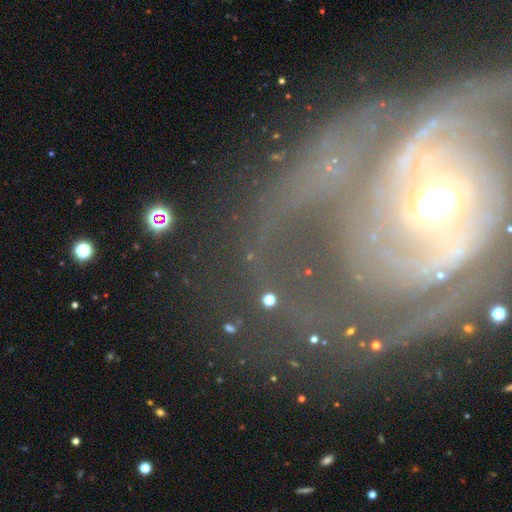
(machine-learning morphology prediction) Smooth or featured: featured or disk — 80% (star or artifact — 10%)
Edge-on disk: no — 94% (yes — 6%)
Bar: no — 60% (weak — 24%)
Spiral arms: yes — 80% (no — 20%)
Spiral winding: tight — 56% (medium — 30%)
Spiral arm count: 2 — 33% (tied with can't tell — 33%)
Bulge size: moderate — 66% (small — 17%)
Merging: none — 57% (major disturbance — 23%)